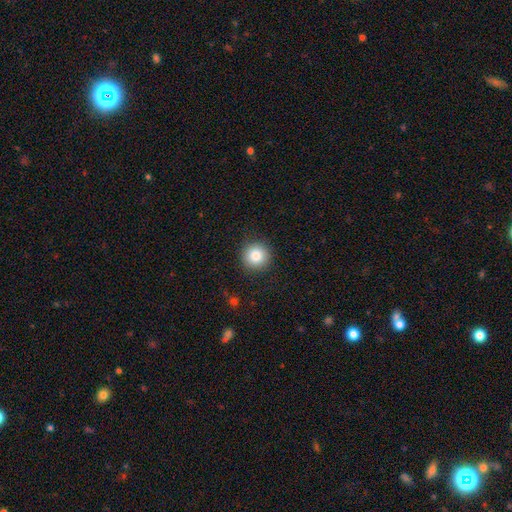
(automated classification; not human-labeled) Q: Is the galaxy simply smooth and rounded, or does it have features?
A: smooth — 85%.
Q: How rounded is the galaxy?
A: round — 95%.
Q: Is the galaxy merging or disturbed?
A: none — 91%.